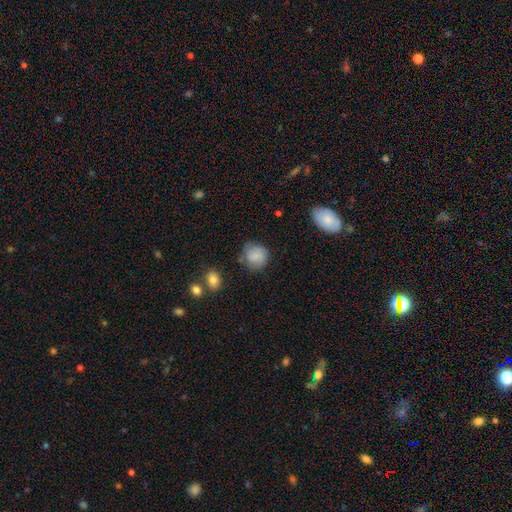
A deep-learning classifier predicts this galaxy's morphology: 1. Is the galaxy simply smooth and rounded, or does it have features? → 75% smooth, 17% featured or disk, 9% star or artifact.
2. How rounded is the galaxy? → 83% round, 16% in between, 1% cigar-shaped.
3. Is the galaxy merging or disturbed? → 69% none, 21% minor disturbance, 7% major disturbance, 3% merger.